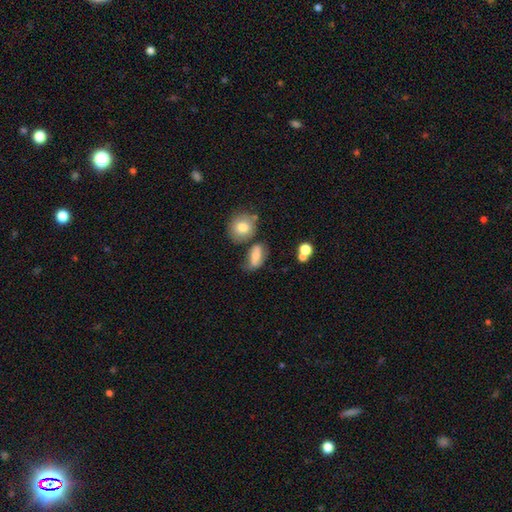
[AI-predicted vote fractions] Smooth or featured? Predicted: smooth (p=0.69). How rounded? Predicted: in between (p=0.80). Merging? Predicted: none (p=0.54).